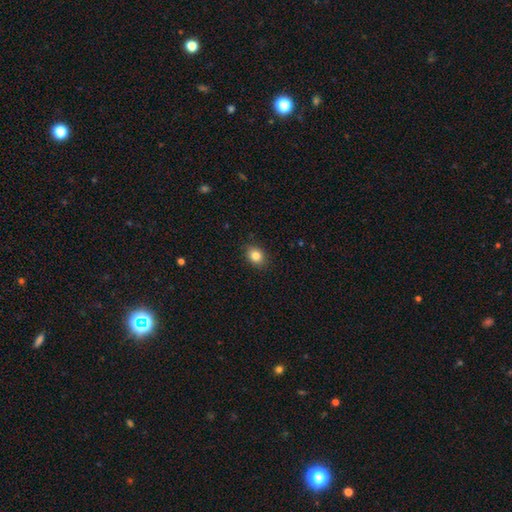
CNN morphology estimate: smooth_or_featured: smooth (p=0.84) [alt: star or artifact p=0.10]
how_rounded: in between (p=0.53) [alt: round p=0.46]
merging: none (p=0.87) [alt: minor disturbance p=0.10]